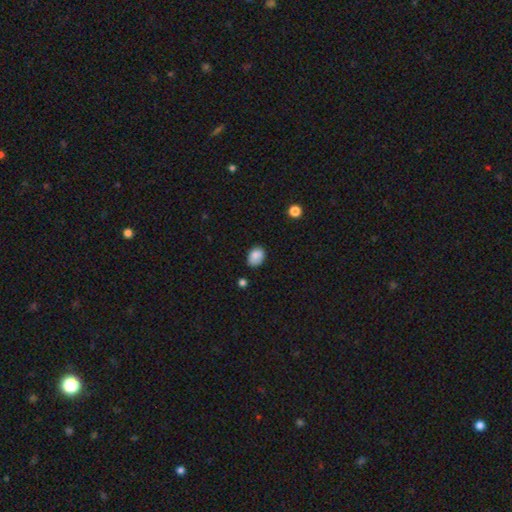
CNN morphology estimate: This appears to be a smooth galaxy with no disk features (86%) that is in between round and cigar-shaped (72%). Merging: none (74%).